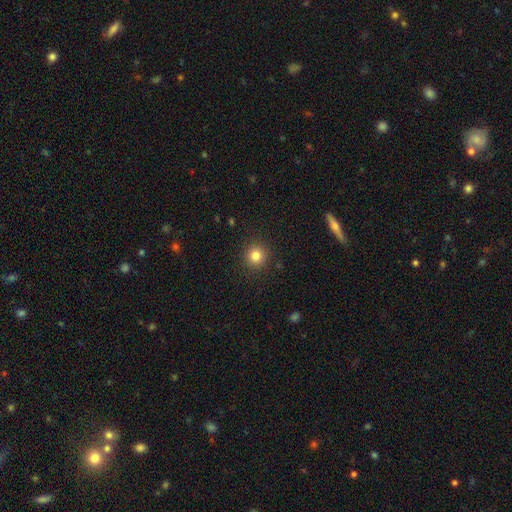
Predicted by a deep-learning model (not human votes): Overall: smooth (82%). How rounded: round (93%). Merging: none (91%).